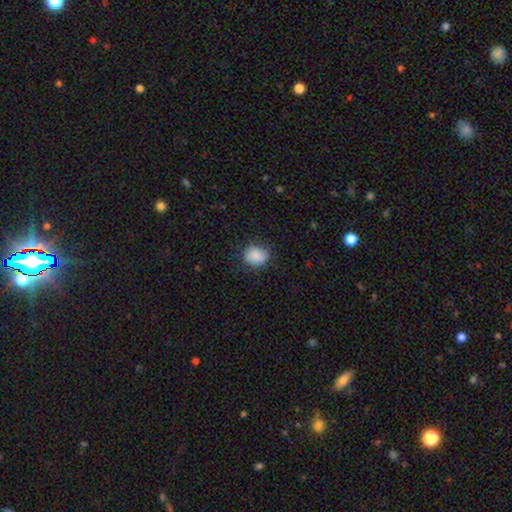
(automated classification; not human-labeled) Smooth or featured? smooth (86%)
How rounded? round (62%)
Merging? none (77%)